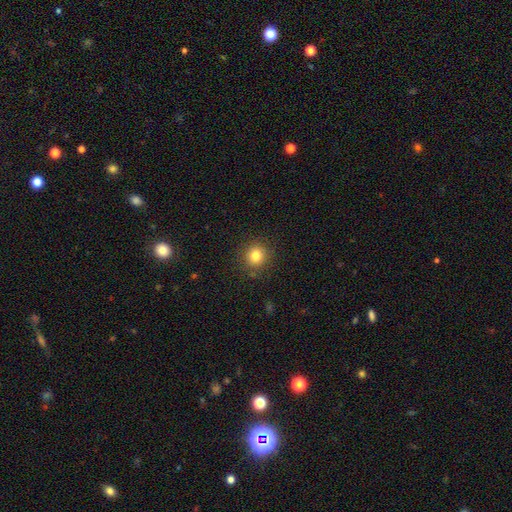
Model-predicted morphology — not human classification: Smooth or featured? Predicted: smooth (p=0.81). How rounded? Predicted: round (p=0.91). Merging? Predicted: none (p=0.88).